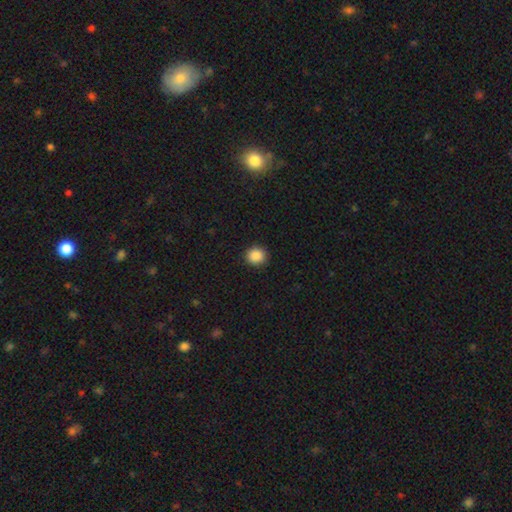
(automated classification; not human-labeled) Smooth or featured?
  - smooth: 88% *
  - star or artifact: 9%
  - featured or disk: 3%
How rounded?
  - round: 86% *
  - in between: 13%
  - cigar-shaped: 1%
Merging?
  - none: 91% *
  - minor disturbance: 6%
  - major disturbance: 2%
  - merger: 1%